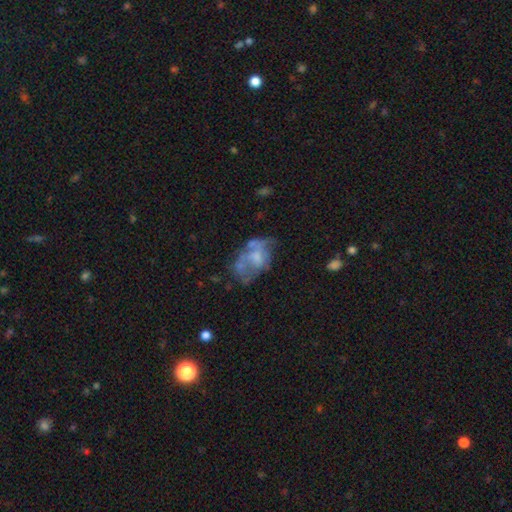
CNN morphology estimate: Smooth or featured? Predicted: featured or disk (p=0.55). Edge-on disk? Predicted: no (p=0.97). Bar? Predicted: no (p=0.81). Spiral arms? Predicted: no (p=0.82). Bulge size? Predicted: none (p=0.38). Merging? Predicted: none (p=0.31).